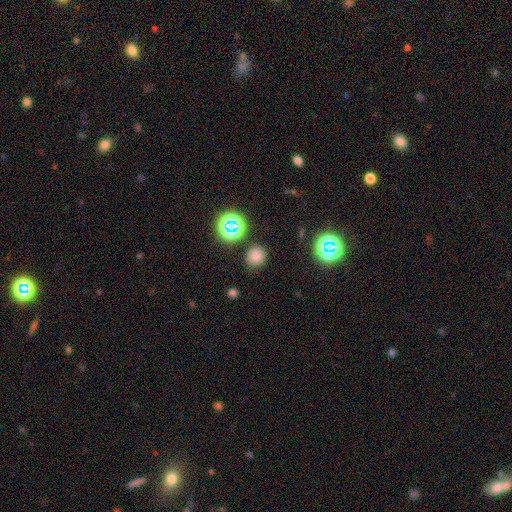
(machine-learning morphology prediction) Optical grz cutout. It shows a smooth galaxy with no disk features (73%) that is round (84%). Merging: none (84%).